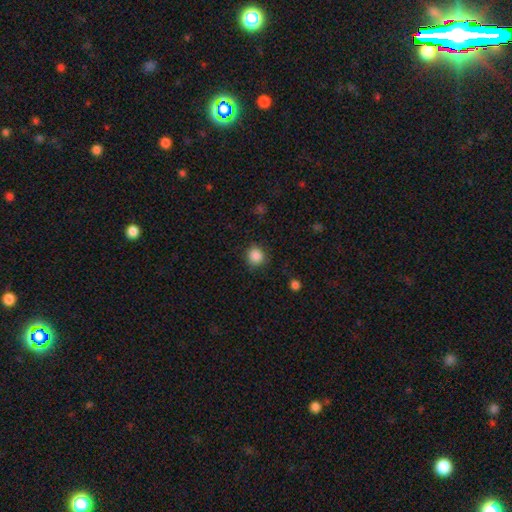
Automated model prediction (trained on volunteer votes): Smooth or featured: smooth — 87% (star or artifact — 10%)
How rounded: round — 89% (in between — 10%)
Merging: none — 87% (minor disturbance — 9%)